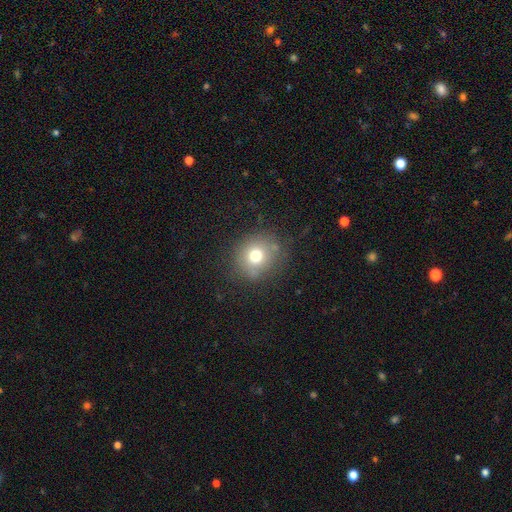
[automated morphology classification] Smooth or featured: smooth — 73% (star or artifact — 14%)
How rounded: round — 84% (in between — 16%)
Merging: none — 78% (minor disturbance — 14%)